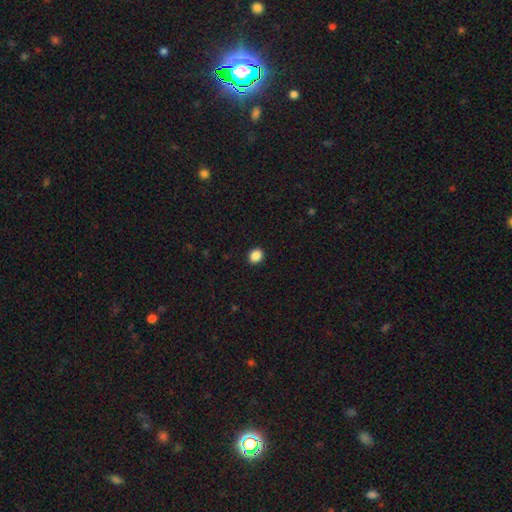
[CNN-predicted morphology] smooth_or_featured: smooth (p=0.88) [alt: star or artifact p=0.09]
how_rounded: round (p=0.63) [alt: in between p=0.36]
merging: none (p=0.92) [alt: minor disturbance p=0.05]